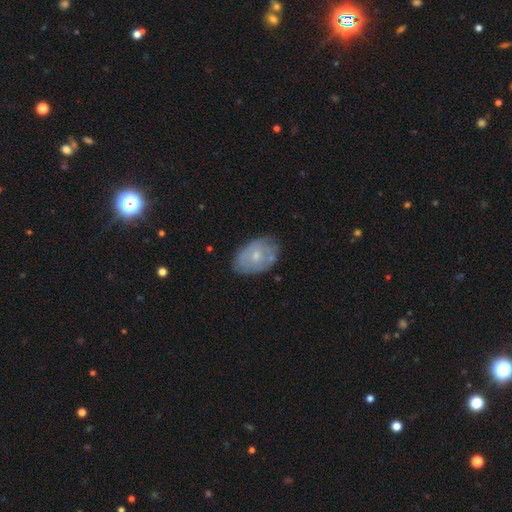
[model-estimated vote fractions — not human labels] Overall: smooth (49%; featured or disk 45%). Merging: none (67%).